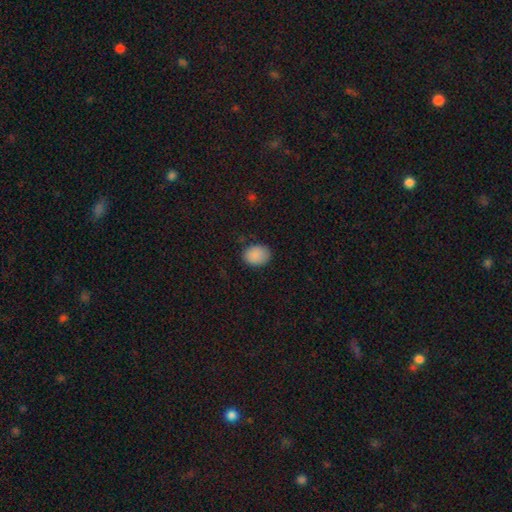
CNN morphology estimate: Overall: smooth (88%). How rounded: in between (56%; round 43%). Merging: none (83%).